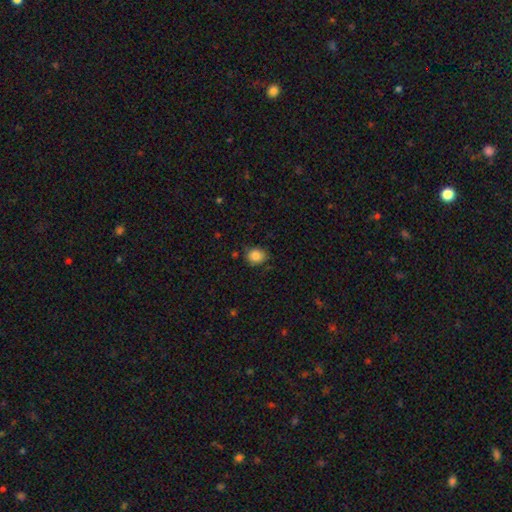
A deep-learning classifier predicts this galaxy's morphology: smooth 85%, star or artifact 10%, featured or disk 5%. Down the decision tree: how rounded — round (71%); merging — none (79%).